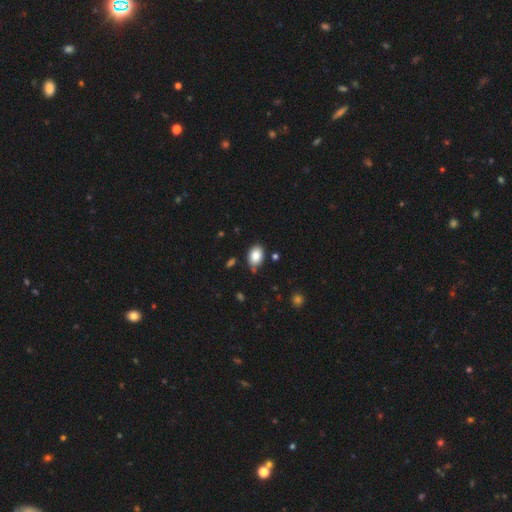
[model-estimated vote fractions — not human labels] Morphology: type=smooth (84%); roundness=in between (81%); merging=none (77%).